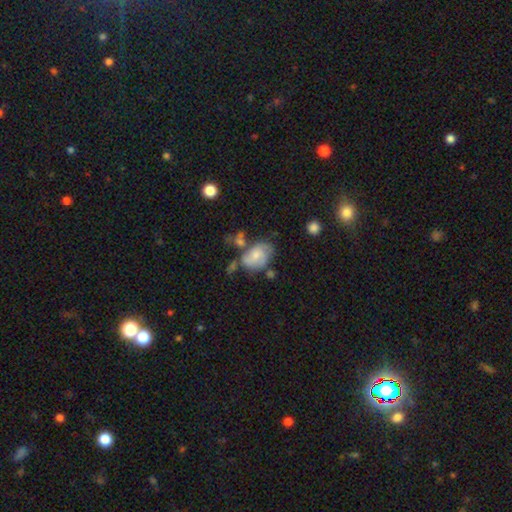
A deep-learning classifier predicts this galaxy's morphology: This appears to be a featured or disk galaxy (50%). Merging: none (40%).